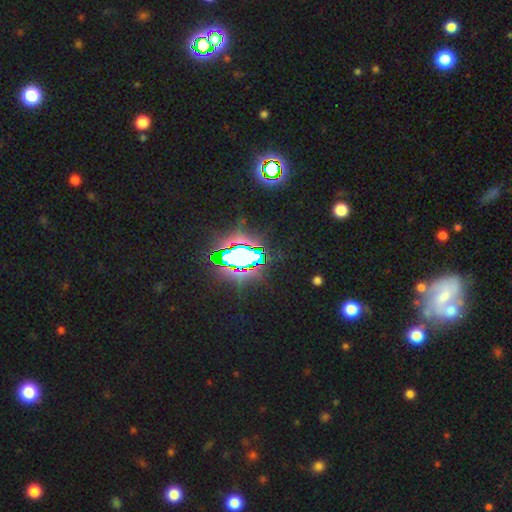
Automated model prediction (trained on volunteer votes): This is clearly a star or artifact rather than a galaxy (80%).